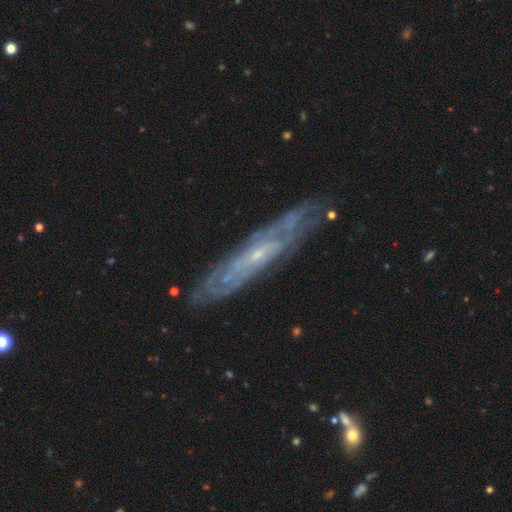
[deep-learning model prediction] smooth_or_featured: featured or disk (p=0.78) [alt: smooth p=0.15]
disk_edge_on: no (p=0.58) [alt: yes p=0.42]
merging: none (p=0.80) [alt: minor disturbance p=0.15]